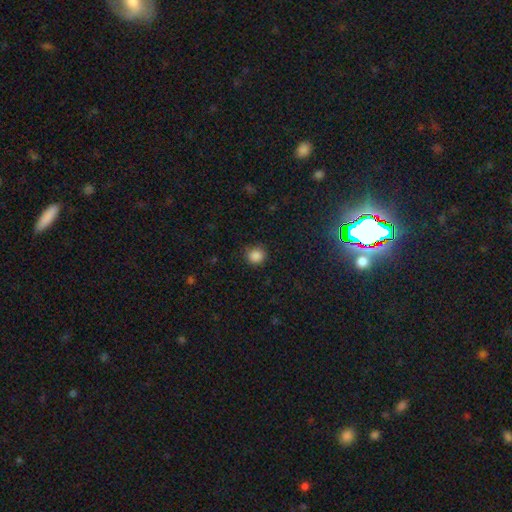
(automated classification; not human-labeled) The model was most divided on "merging": none: 86%, minor disturbance: 10%, major disturbance: 3%, merger: 1%. More confident: how rounded — round (89%); smooth or featured — smooth (86%).